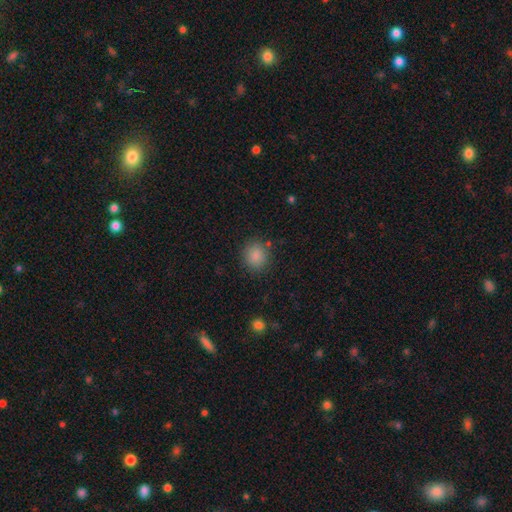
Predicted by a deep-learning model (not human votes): Smooth or featured? Predicted: smooth (p=0.86). How rounded? Predicted: round (p=0.84). Merging? Predicted: none (p=0.86).